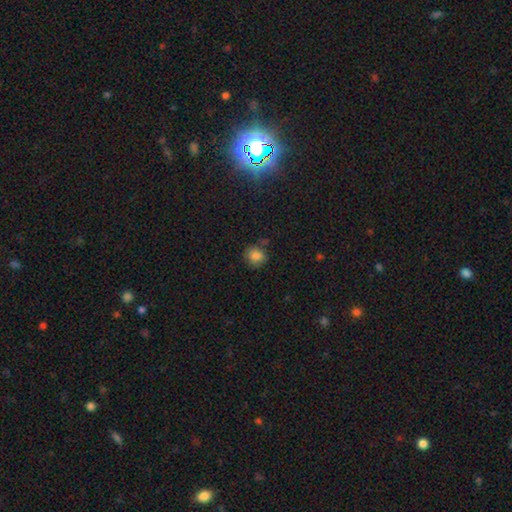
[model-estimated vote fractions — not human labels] This is clearly a smooth galaxy (83%). How rounded: clearly round (80%). Merging: likely none (73%).